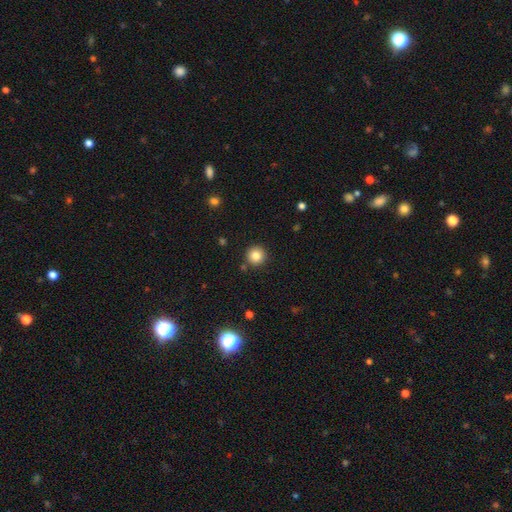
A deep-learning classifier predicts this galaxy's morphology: Smooth or featured? smooth (83%)
How rounded? round (95%)
Merging? none (89%)